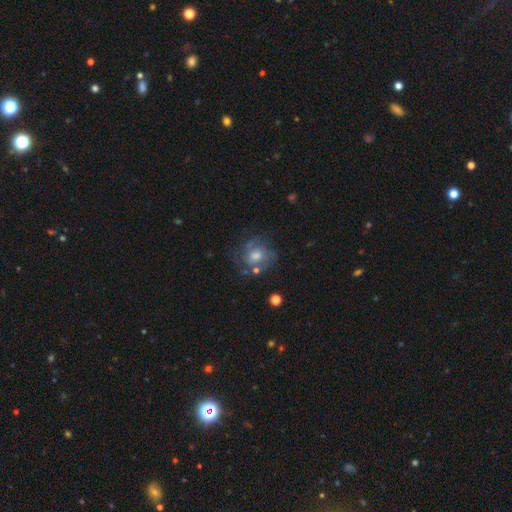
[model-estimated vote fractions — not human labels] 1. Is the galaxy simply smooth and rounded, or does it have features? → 52% featured or disk, 33% smooth, 14% star or artifact.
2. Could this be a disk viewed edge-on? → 97% no, 3% yes.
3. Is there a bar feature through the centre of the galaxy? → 76% no, 20% weak, 3% strong.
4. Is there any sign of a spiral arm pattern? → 62% yes, 38% no.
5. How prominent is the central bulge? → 60% moderate, 20% small, 14% large, 4% none, 2% dominant.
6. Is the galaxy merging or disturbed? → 61% none, 19% minor disturbance, 14% major disturbance, 5% merger.